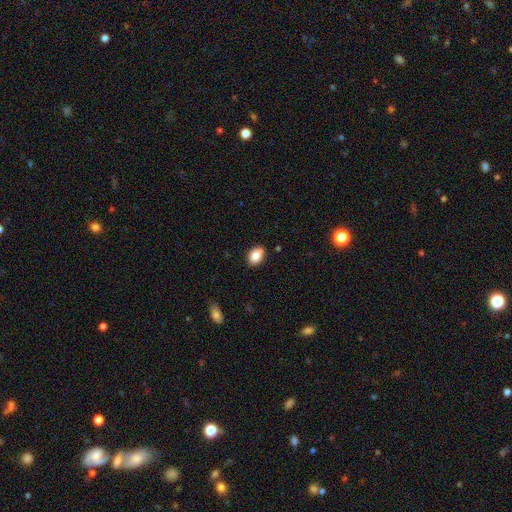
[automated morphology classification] This appears to be a smooth galaxy with no disk features (85%) that is in between round and cigar-shaped (81%). Merging: none (81%).